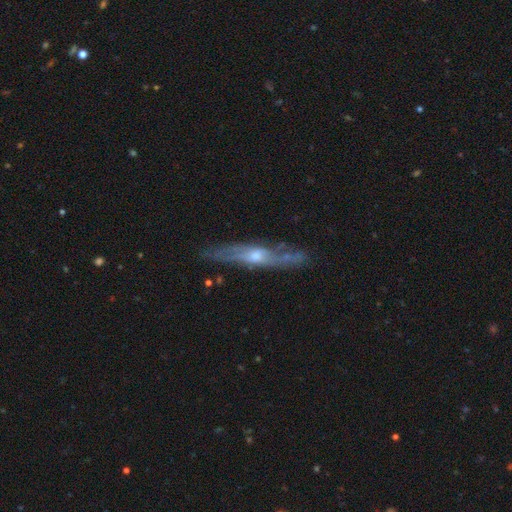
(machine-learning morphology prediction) A featured or disk galaxy (75%) viewed edge-on (73%) with a rounded central bulge (78%). Merging: none (75%).